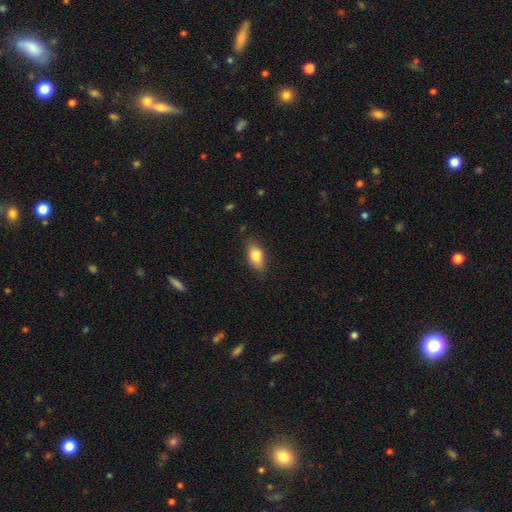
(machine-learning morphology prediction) smooth-or-featured: smooth: 81% | featured or disk: 11% | star or artifact: 8%
  how-rounded: in between: 86% | round: 7% | cigar-shaped: 6%
  merging: none: 78% | minor disturbance: 17% | major disturbance: 3% | merger: 1%